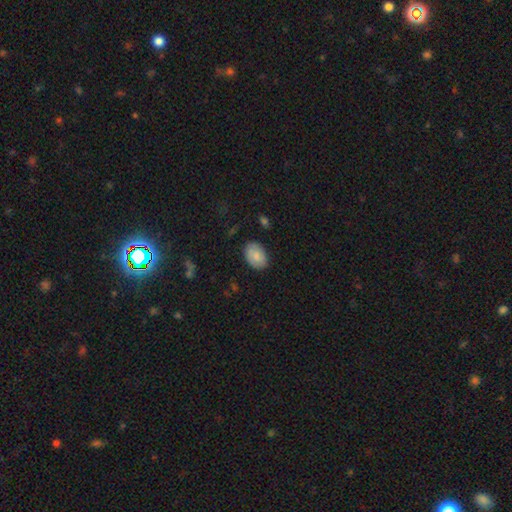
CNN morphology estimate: smooth-or-featured: smooth: 81% | featured or disk: 12% | star or artifact: 7%
  how-rounded: in between: 84% | round: 15% | cigar-shaped: 1%
  merging: none: 81% | minor disturbance: 15% | major disturbance: 3% | merger: 1%